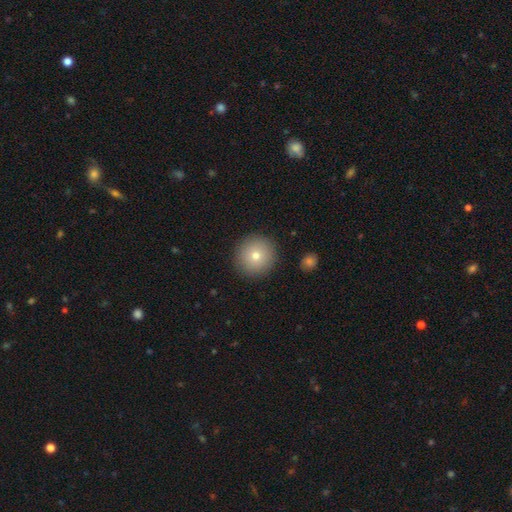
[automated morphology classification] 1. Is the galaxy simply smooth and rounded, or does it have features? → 76% smooth, 12% featured or disk, 11% star or artifact.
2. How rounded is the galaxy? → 95% round, 4% in between, 1% cigar-shaped.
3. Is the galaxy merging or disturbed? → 91% none, 5% minor disturbance, 2% major disturbance, 1% merger.